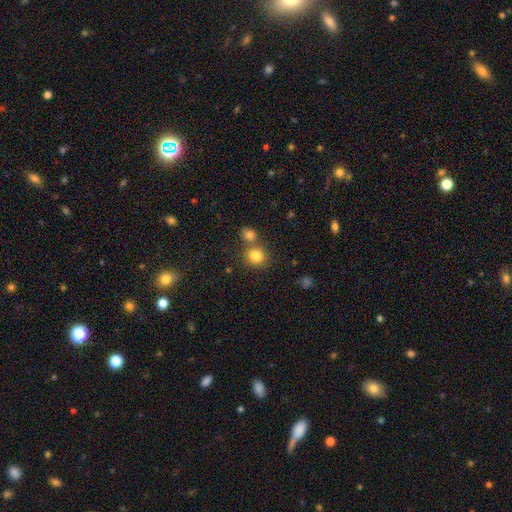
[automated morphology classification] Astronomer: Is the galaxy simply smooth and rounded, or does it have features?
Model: smooth — 82%.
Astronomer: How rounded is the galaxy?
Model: round — 77%.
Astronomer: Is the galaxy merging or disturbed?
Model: none — 58%.